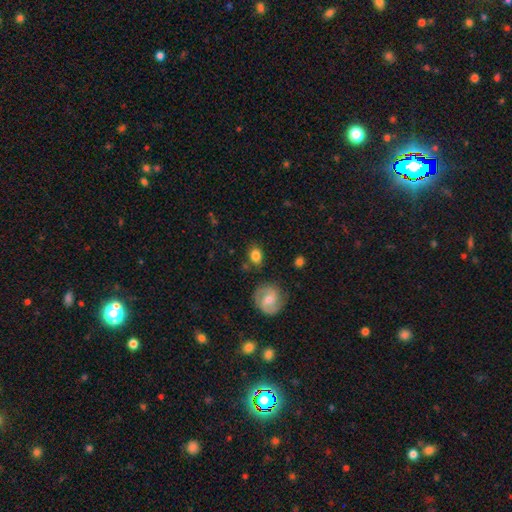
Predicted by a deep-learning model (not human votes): smooth-or-featured: smooth: 77% | featured or disk: 16% | star or artifact: 8%
  how-rounded: in between: 57% | round: 41% | cigar-shaped: 2%
  merging: none: 79% | minor disturbance: 13% | merger: 4% | major disturbance: 4%